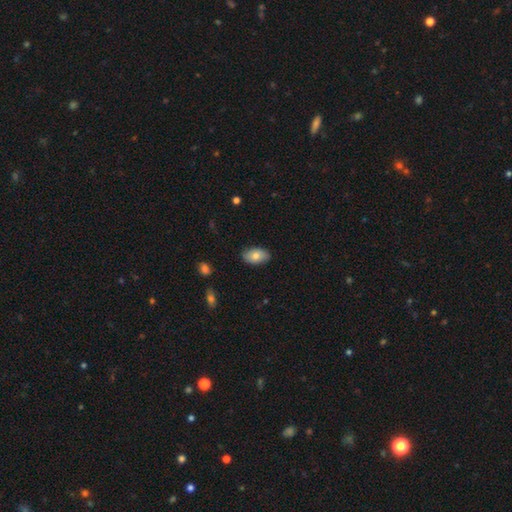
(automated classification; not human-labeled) This appears to be a smooth galaxy with no disk features (76%) that is in between round and cigar-shaped (93%). Merging: none (84%).